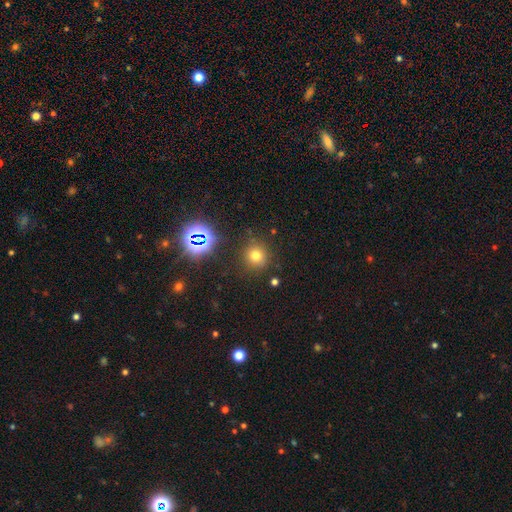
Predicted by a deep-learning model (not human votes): Q: Smooth or featured?
A: smooth (69%); runner-up: star or artifact (22%)
Q: How rounded?
A: round (92%); runner-up: in between (7%)
Q: Merging?
A: none (85%); runner-up: minor disturbance (9%)